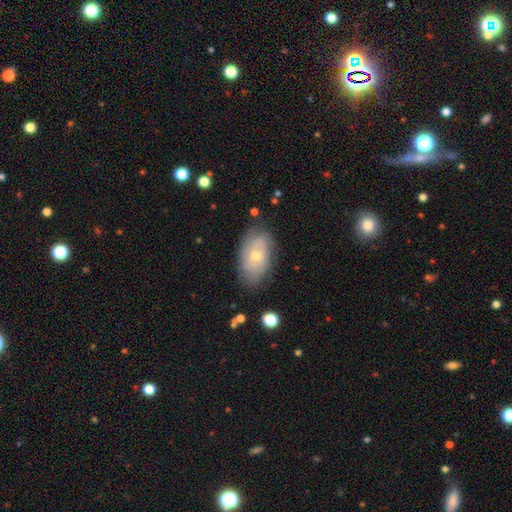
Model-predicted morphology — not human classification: type=smooth (51%); roundness=in between (92%); merging=none (78%).